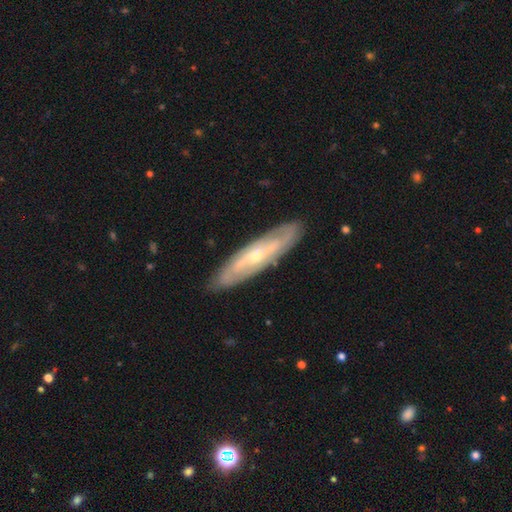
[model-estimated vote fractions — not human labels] The model was most divided on "edge-on disk": no: 66%, yes: 34%. More confident: merging — none (86%); smooth or featured — featured or disk (72%).